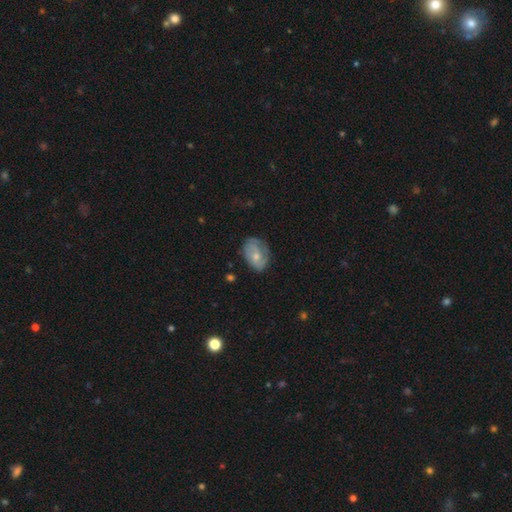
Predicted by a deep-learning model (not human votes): Morphology: type=smooth (50%); roundness=in between (77%); merging=none (63%).